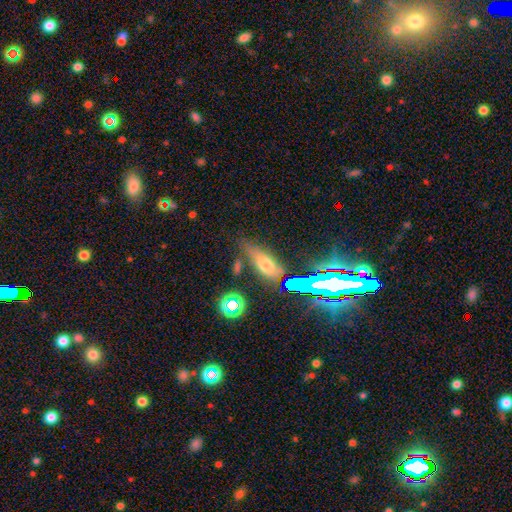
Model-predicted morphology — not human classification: smooth 39%, star or artifact 33%, featured or disk 28%. Down the decision tree: merging — none (68%).